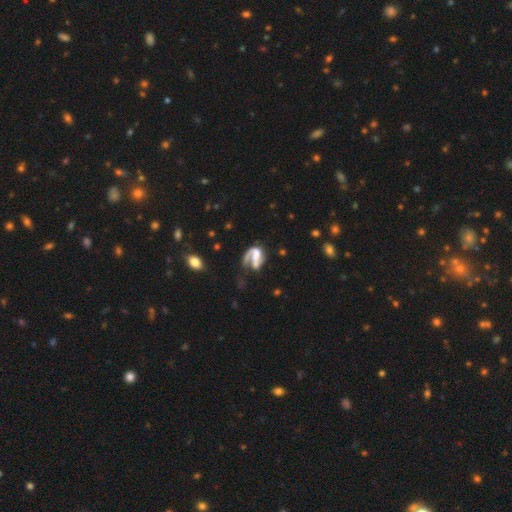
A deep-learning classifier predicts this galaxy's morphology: Q: Smooth or featured?
A: featured or disk (70%); runner-up: smooth (21%)
Q: Edge-on disk?
A: no (97%); runner-up: yes (3%)
Q: Bar?
A: no (46%); runner-up: weak (29%)
Q: Spiral arms?
A: yes (78%); runner-up: no (22%)
Q: Spiral winding?
A: loose (49%); runner-up: medium (34%)
Q: Spiral arm count?
A: 1 (67%); runner-up: 2 (24%)
Q: Bulge size?
A: none (37%); runner-up: moderate (23%)
Q: Merging?
A: major disturbance (40%); runner-up: none (27%)